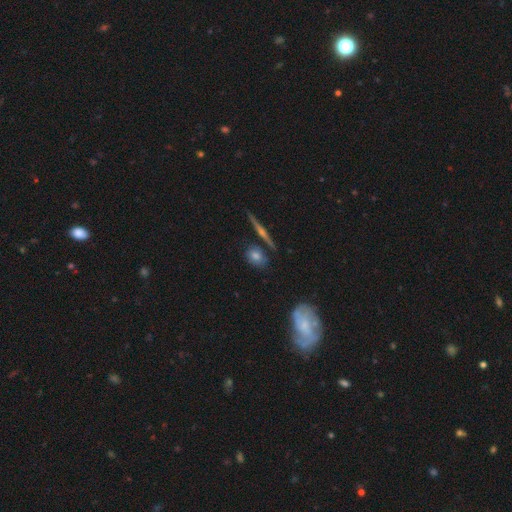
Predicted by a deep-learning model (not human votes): Q: Smooth or featured?
A: smooth (65%); runner-up: featured or disk (24%)
Q: How rounded?
A: in between (50%); runner-up: round (42%)
Q: Merging?
A: none (72%); runner-up: minor disturbance (14%)